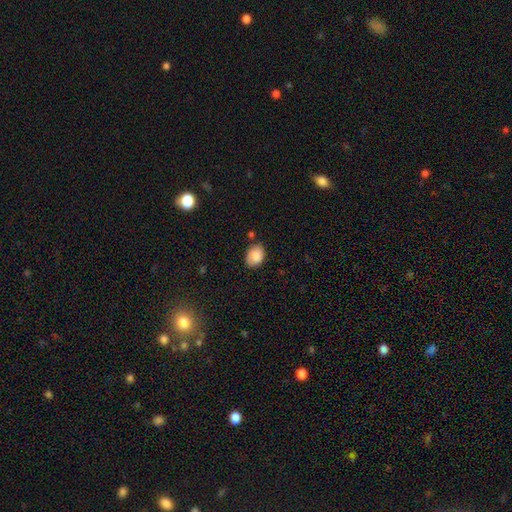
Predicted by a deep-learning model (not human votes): A smooth galaxy with no disk features (84%) that is in between round and cigar-shaped (71%). Merging: none (73%).